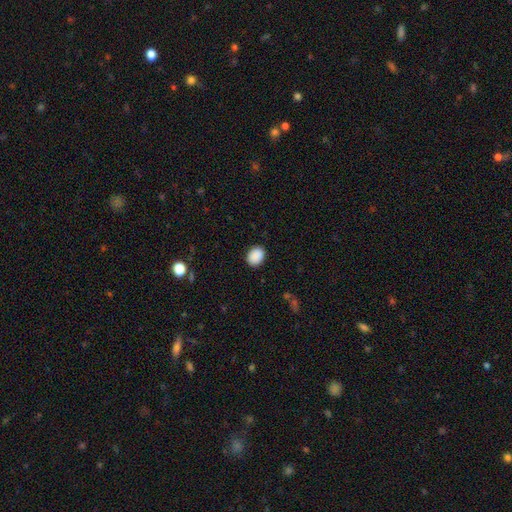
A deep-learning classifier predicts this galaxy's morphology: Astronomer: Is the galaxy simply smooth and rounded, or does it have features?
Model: smooth — 90%.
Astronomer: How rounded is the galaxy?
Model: in between — 60% (runner-up: round, 39%).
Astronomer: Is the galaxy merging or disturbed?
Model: none — 89%.